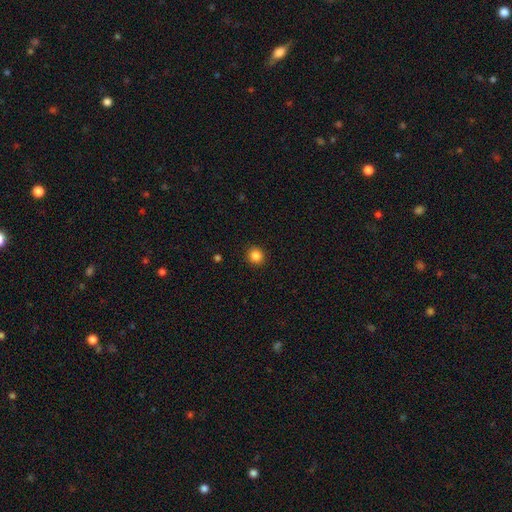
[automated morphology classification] Smooth or featured: smooth — 85% (star or artifact — 11%)
How rounded: round — 90% (in between — 9%)
Merging: none — 92% (minor disturbance — 5%)